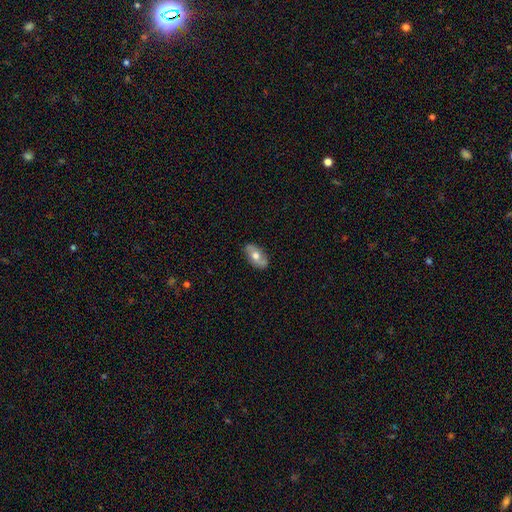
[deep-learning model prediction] Q: Smooth or featured?
A: smooth (54%); runner-up: featured or disk (40%)
Q: How rounded?
A: in between (90%); runner-up: round (6%)
Q: Merging?
A: none (81%); runner-up: minor disturbance (14%)